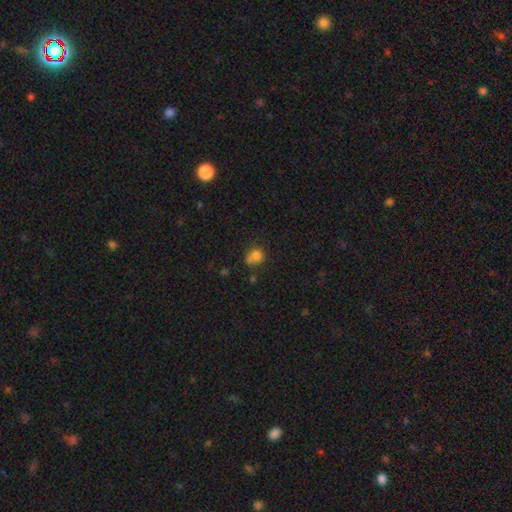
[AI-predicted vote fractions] Overall: smooth (78%). How rounded: round (67%; in between 32%). Merging: none (45%; minor disturbance 26%).